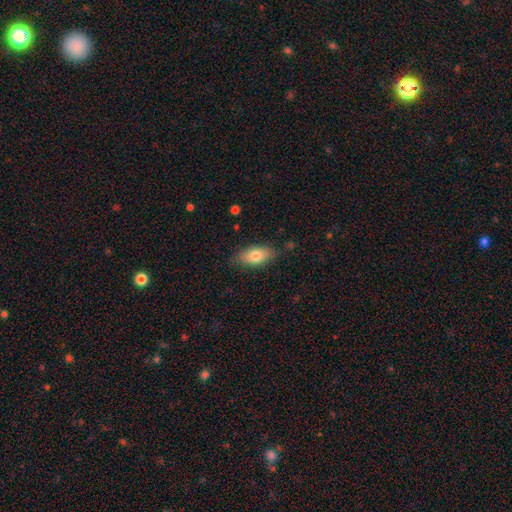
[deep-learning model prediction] A smooth galaxy with no disk features (78%) that is in between round and cigar-shaped (88%). Merging: none (79%).